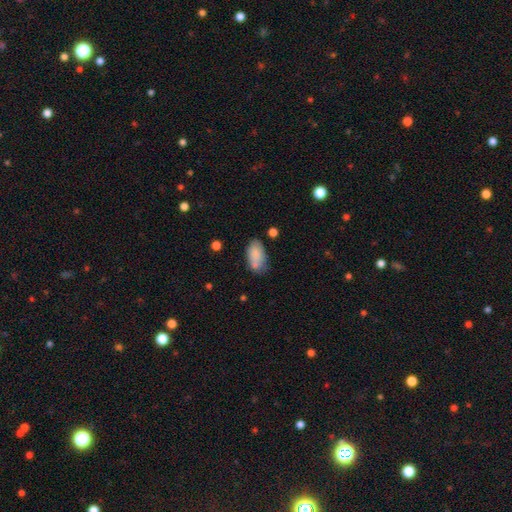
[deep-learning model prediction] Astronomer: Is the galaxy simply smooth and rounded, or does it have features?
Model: smooth — 83%.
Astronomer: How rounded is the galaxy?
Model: in between — 93%.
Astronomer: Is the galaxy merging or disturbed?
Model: none — 58%.